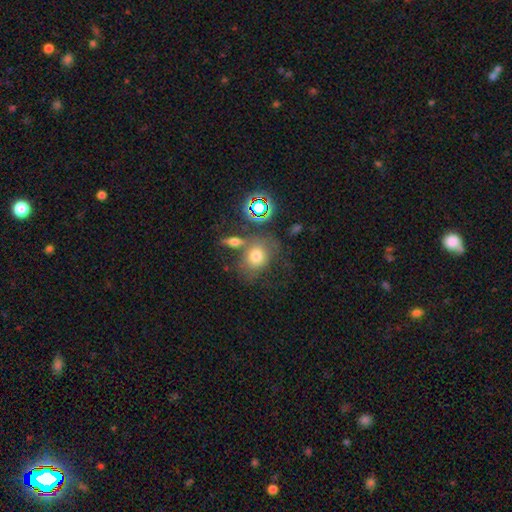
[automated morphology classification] Smooth or featured?
  - smooth: 66% *
  - star or artifact: 17%
  - featured or disk: 17%
How rounded?
  - round: 60% *
  - in between: 38%
  - cigar-shaped: 2%
Merging?
  - none: 49% *
  - merger: 23%
  - minor disturbance: 17%
  - major disturbance: 11%